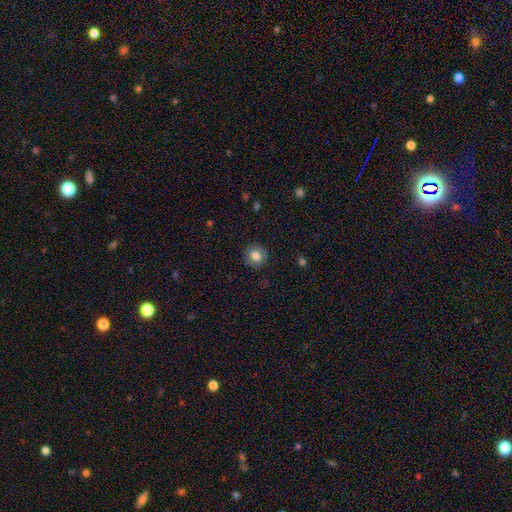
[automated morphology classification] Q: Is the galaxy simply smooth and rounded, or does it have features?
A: smooth — 78%.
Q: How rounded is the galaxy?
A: round — 85%.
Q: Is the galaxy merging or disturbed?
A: none — 86%.